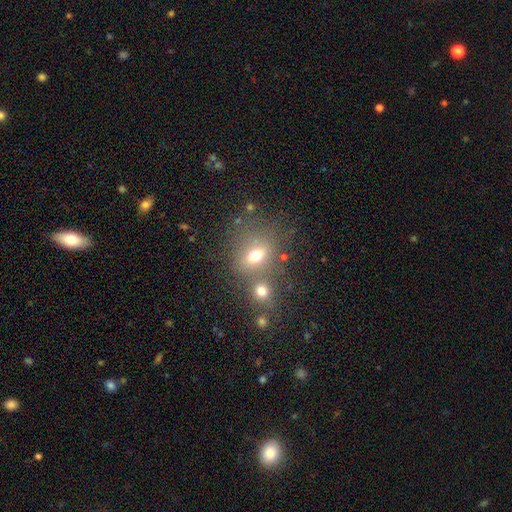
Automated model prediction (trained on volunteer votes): A smooth galaxy with no disk features (64%) that is in between round and cigar-shaped (58%).

Vote fractions:
- Smooth or featured? smooth: 64% / featured or disk: 18% / star or artifact: 17%
- How rounded? in between: 58% / round: 39% / cigar-shaped: 4%
- Merging? none: 50% / merger: 33% / minor disturbance: 11% / major disturbance: 7%